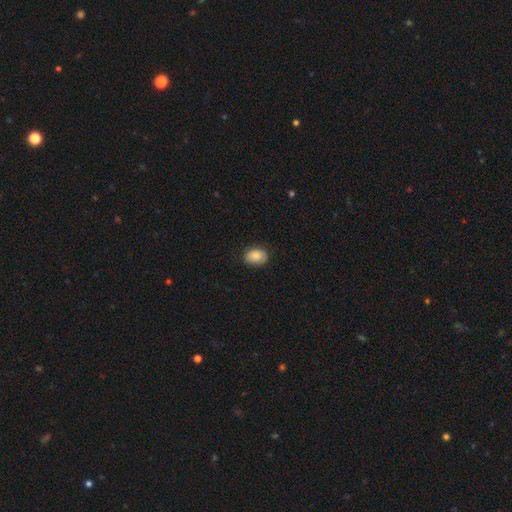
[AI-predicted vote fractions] smooth_or_featured: smooth (p=0.87) [alt: star or artifact p=0.07]
how_rounded: in between (p=0.80) [alt: round p=0.19]
merging: none (p=0.84) [alt: minor disturbance p=0.12]